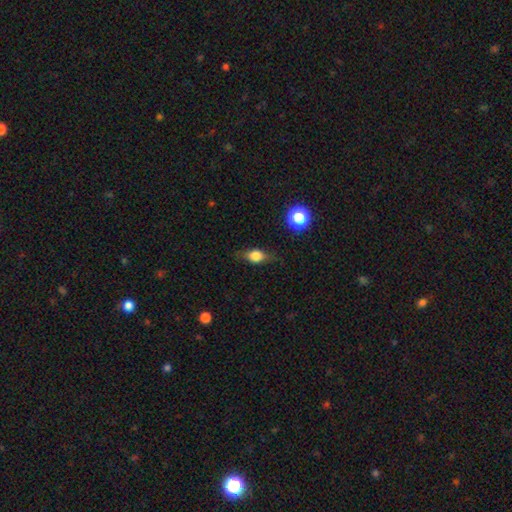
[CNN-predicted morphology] Overall: smooth (67%). How rounded: in between (63%; round 27%). Merging: none (73%).